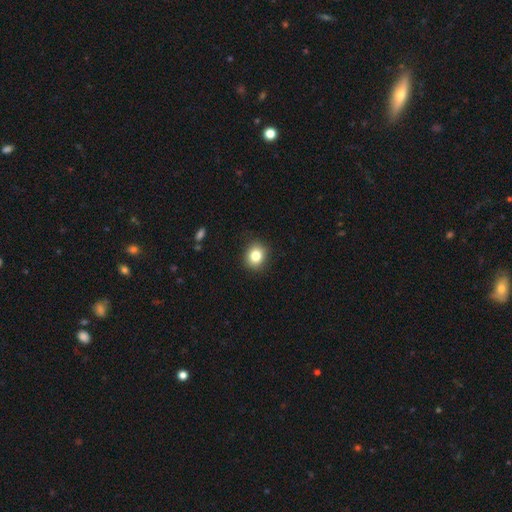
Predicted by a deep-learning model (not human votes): Smooth or featured: smooth — 82% (star or artifact — 10%)
How rounded: round — 71% (in between — 28%)
Merging: none — 89% (minor disturbance — 8%)